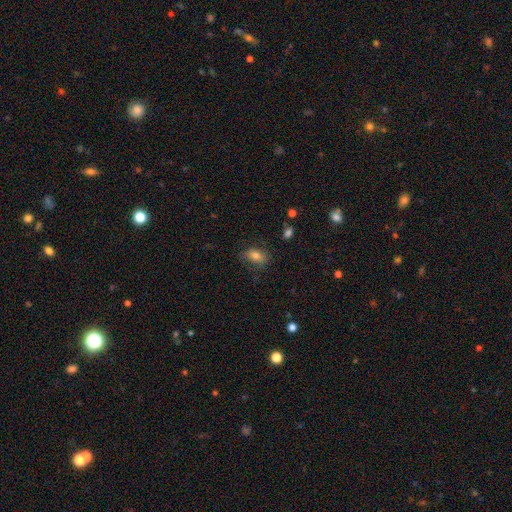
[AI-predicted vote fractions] Smooth or featured? smooth (75%)
How rounded? in between (83%)
Merging? none (73%)